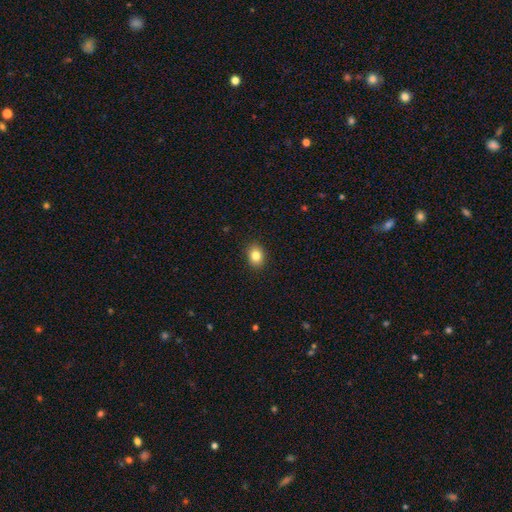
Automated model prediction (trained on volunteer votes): Morphology: type=smooth (83%); roundness=in between (50%); merging=none (90%).